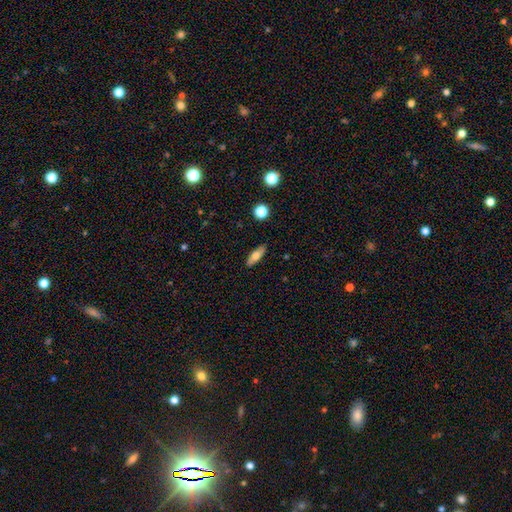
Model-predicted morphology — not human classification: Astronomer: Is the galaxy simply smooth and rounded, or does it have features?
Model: smooth — 68%.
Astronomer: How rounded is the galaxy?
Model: in between — 56% (runner-up: cigar-shaped, 41%).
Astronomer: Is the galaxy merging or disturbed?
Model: none — 88%.